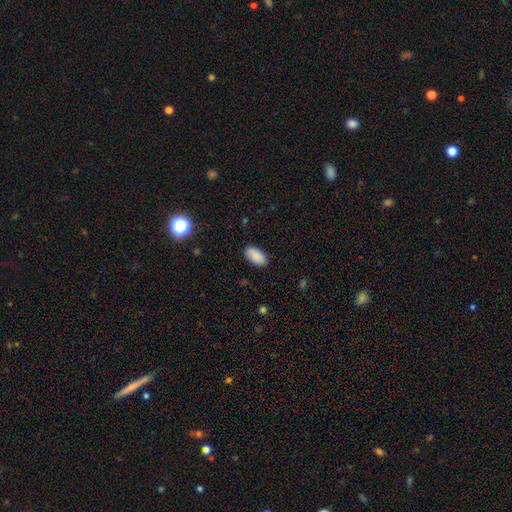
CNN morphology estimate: Q: Smooth or featured?
A: smooth (88%); runner-up: star or artifact (7%)
Q: How rounded?
A: in between (94%); runner-up: cigar-shaped (3%)
Q: Merging?
A: none (87%); runner-up: minor disturbance (10%)